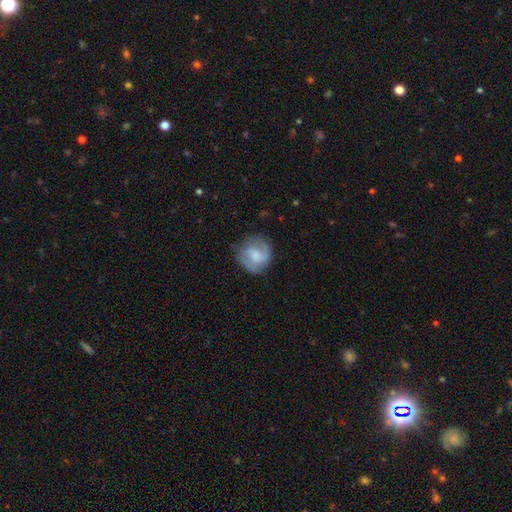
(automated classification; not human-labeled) Overall: featured or disk (48%; smooth 45%). Merging: none (70%).